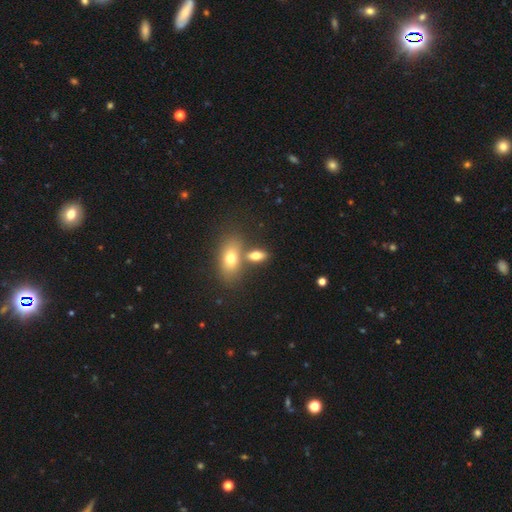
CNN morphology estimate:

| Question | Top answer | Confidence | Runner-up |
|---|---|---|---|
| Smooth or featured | smooth | 72% | featured or disk (18%) |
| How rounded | in between | 81% | cigar-shaped (10%) |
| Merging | none | 53% | merger (32%) |